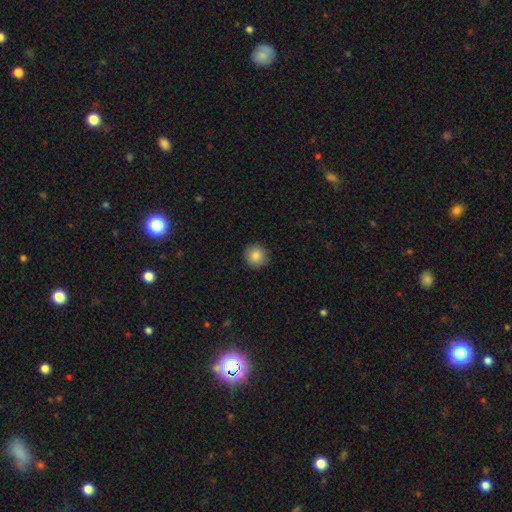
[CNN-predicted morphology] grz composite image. It shows a smooth galaxy with no disk features (86%) that is round (93%). Merging: none (90%).